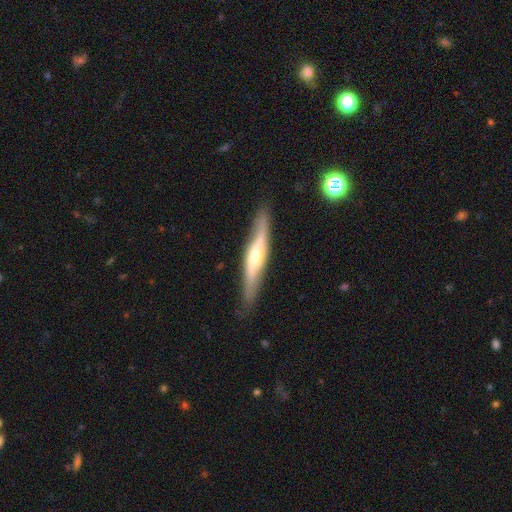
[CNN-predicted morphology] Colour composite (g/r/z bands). It shows a featured or disk galaxy (64%) viewed edge-on (88%) with a rounded central bulge (84%). Merging: none (84%).